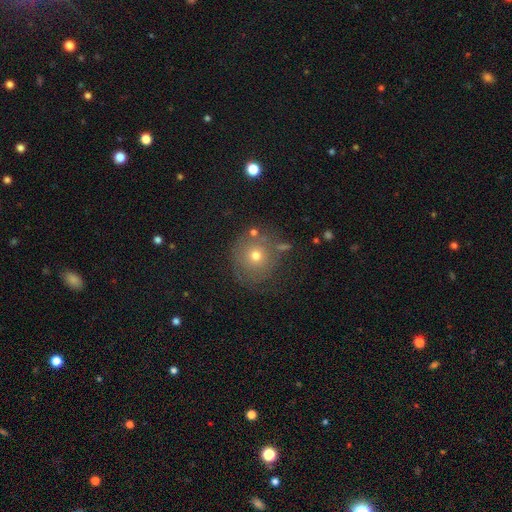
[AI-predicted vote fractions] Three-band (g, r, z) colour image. It shows a smooth galaxy with no disk features (61%) that is round (91%). Merging: none (71%).